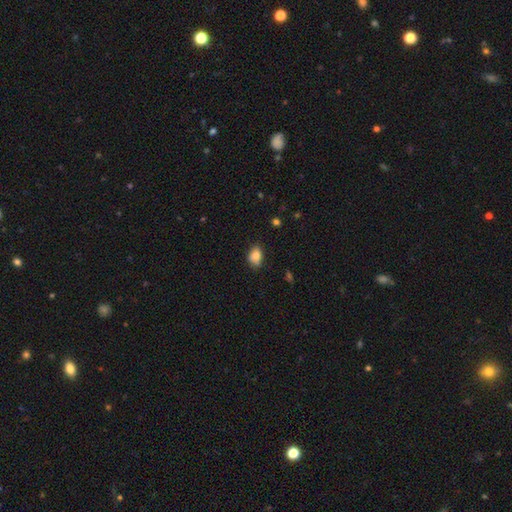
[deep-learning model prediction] smooth 79%, featured or disk 11%, star or artifact 9%. Down the decision tree: how rounded — in between (77%); merging — none (68%).